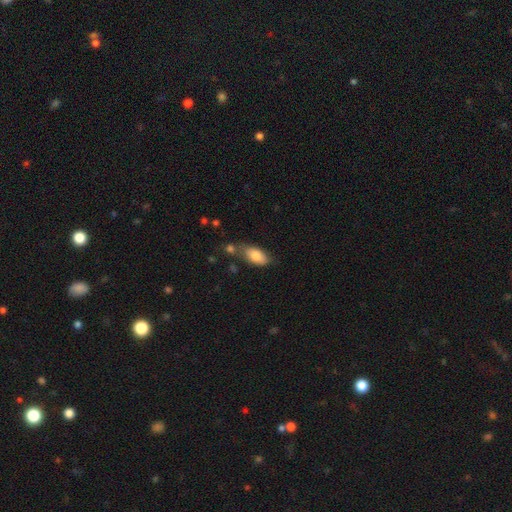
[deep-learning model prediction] A smooth galaxy with no disk features (80%) that is in between round and cigar-shaped (89%). Merging: none (57%).